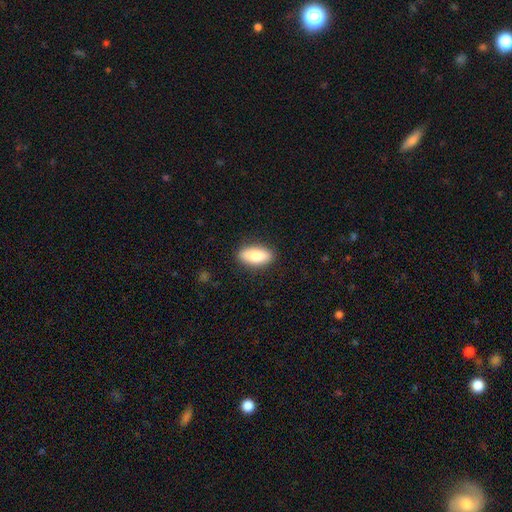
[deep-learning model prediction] Smooth or featured? smooth (83%)
How rounded? in between (84%)
Merging? none (87%)